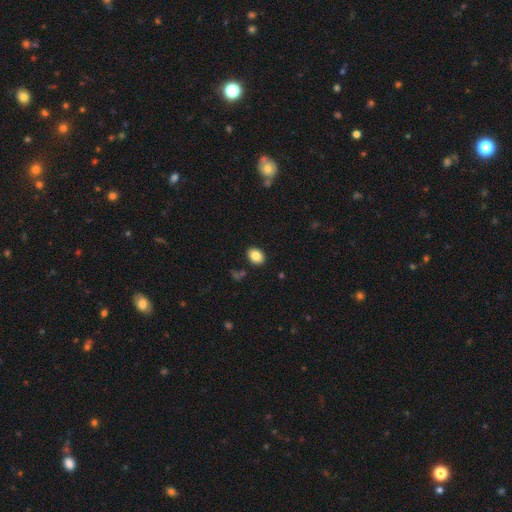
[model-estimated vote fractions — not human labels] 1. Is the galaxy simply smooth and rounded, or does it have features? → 84% smooth, 8% star or artifact, 7% featured or disk.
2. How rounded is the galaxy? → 71% in between, 28% round, 1% cigar-shaped.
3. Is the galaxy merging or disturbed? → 87% none, 9% minor disturbance, 2% merger, 2% major disturbance.